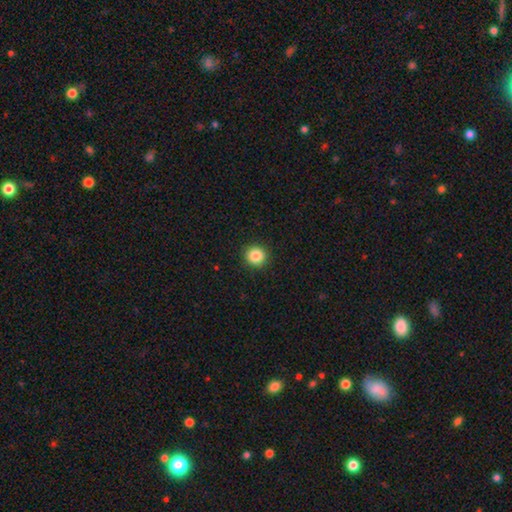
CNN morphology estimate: Smooth or featured?
  - smooth: 85% *
  - star or artifact: 11%
  - featured or disk: 4%
How rounded?
  - round: 94% *
  - in between: 5%
  - cigar-shaped: 1%
Merging?
  - none: 93% *
  - minor disturbance: 5%
  - major disturbance: 2%
  - merger: 1%